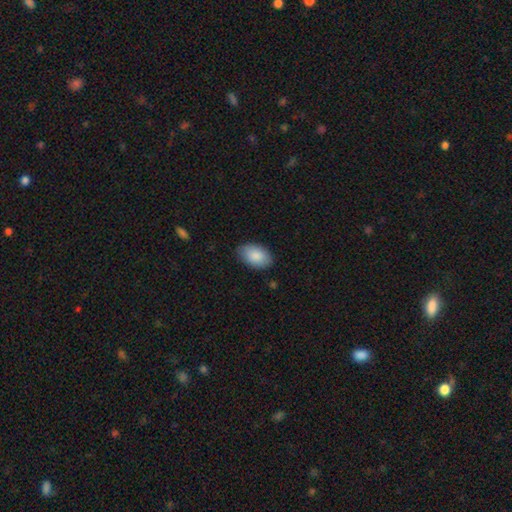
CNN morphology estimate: A smooth galaxy with no disk features (88%) that is in between round and cigar-shaped (93%).

Vote fractions:
- Smooth or featured? smooth: 88% / featured or disk: 6% / star or artifact: 6%
- How rounded? in between: 93% / round: 6% / cigar-shaped: 1%
- Merging? none: 83% / minor disturbance: 13% / major disturbance: 2% / merger: 1%